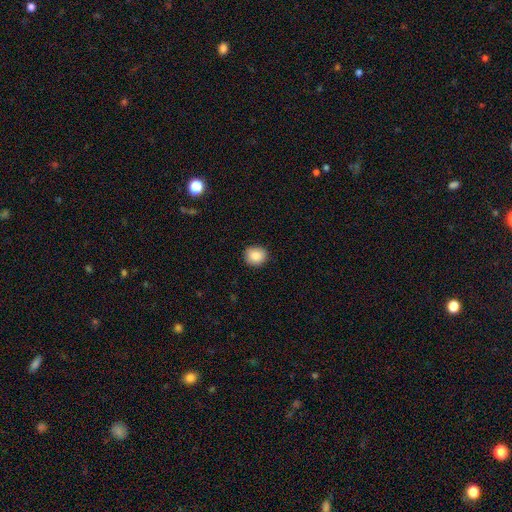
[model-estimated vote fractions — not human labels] The model was most divided on "how rounded": round: 81%, in between: 18%, cigar-shaped: 1%. More confident: merging — none (88%); smooth or featured — smooth (86%).